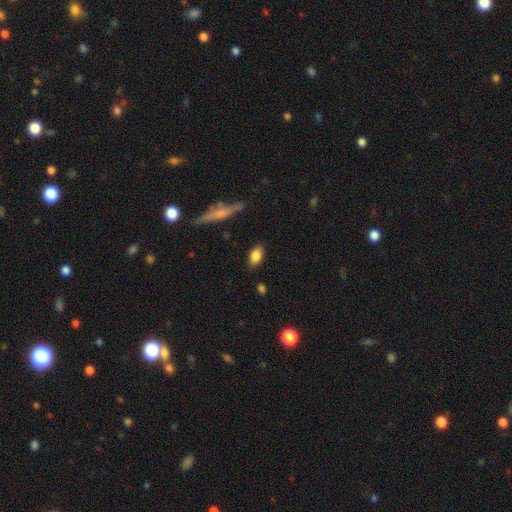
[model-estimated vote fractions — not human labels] smooth_or_featured: smooth (p=0.84) [alt: featured or disk p=0.09]
how_rounded: in between (p=0.89) [alt: cigar-shaped p=0.06]
merging: none (p=0.84) [alt: minor disturbance p=0.11]